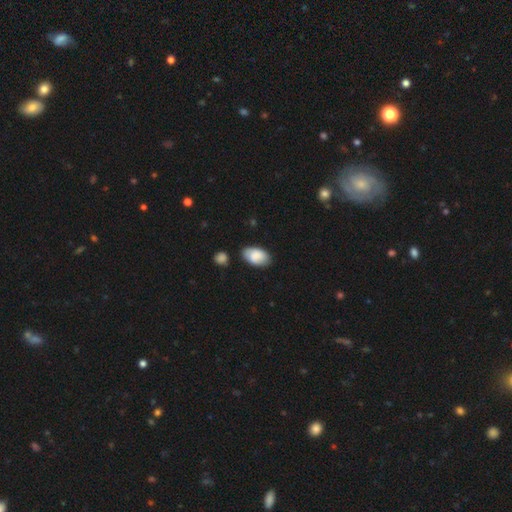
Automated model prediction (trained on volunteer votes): smooth 86%, featured or disk 8%, star or artifact 6%. Down the decision tree: how rounded — in between (94%); merging — none (77%).